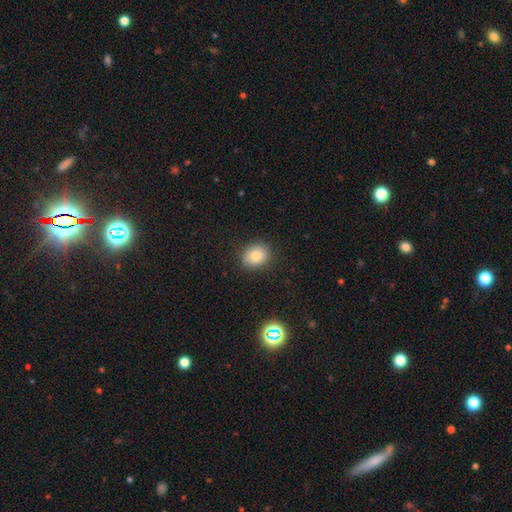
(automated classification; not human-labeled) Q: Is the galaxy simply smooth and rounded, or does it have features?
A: smooth — 79%.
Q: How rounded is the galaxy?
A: round — 56%.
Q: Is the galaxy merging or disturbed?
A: none — 85%.